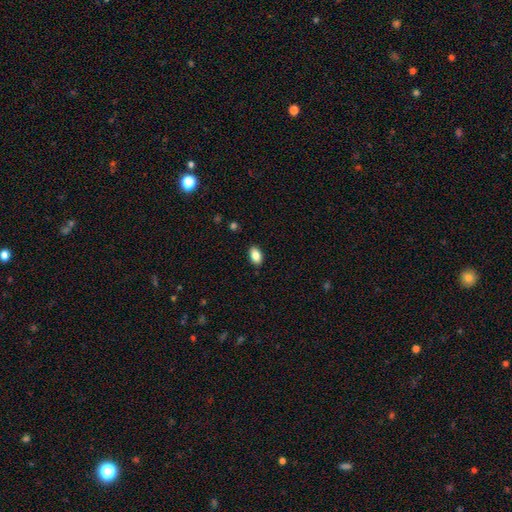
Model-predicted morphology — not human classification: Smooth or featured? smooth (86%)
How rounded? in between (91%)
Merging? none (88%)